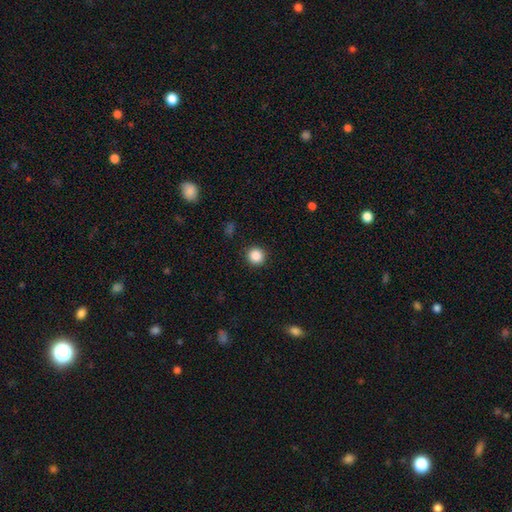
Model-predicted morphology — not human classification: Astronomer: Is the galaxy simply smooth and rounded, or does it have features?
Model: smooth — 87%.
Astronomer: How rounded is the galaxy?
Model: round — 94%.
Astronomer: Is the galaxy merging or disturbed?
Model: none — 91%.